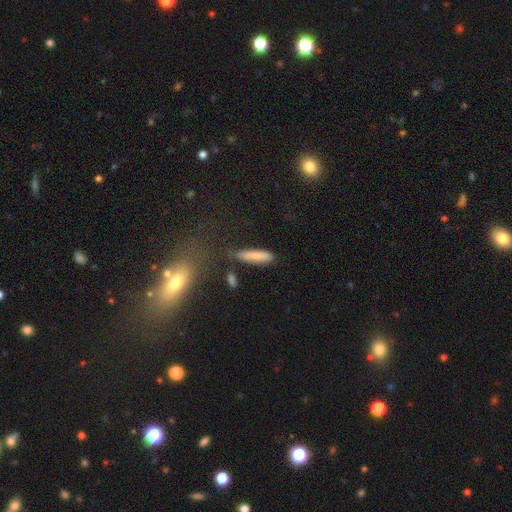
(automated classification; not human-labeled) Morphology: type=smooth (82%); roundness=cigar-shaped (77%); merging=none (75%).